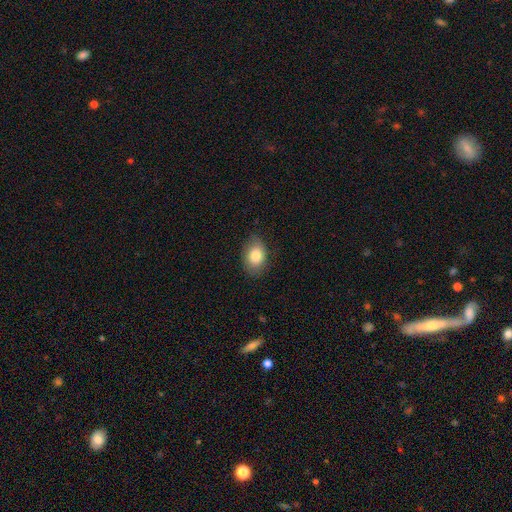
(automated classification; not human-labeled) A smooth galaxy with no disk features (82%) that is in between round and cigar-shaped (83%). Merging: none (79%).